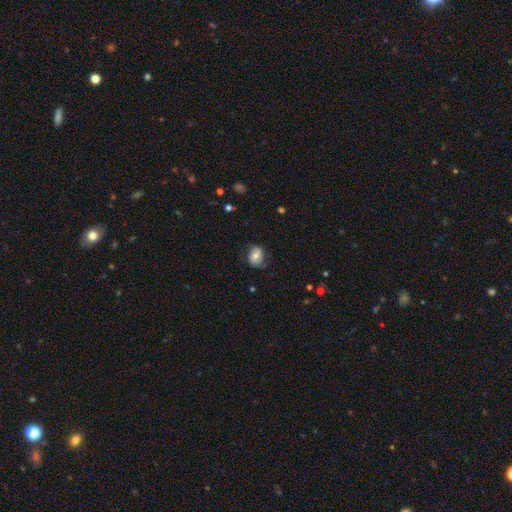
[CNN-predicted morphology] Smooth or featured?
  - smooth: 58% *
  - featured or disk: 33%
  - star or artifact: 9%
How rounded?
  - in between: 59% *
  - round: 39%
  - cigar-shaped: 1%
Merging?
  - none: 68% *
  - minor disturbance: 23%
  - major disturbance: 8%
  - merger: 1%